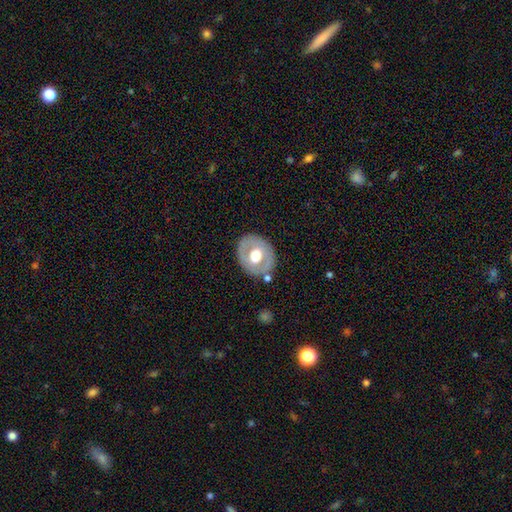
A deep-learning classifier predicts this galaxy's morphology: Smooth or featured? Predicted: featured or disk (p=0.53). Edge-on disk? Predicted: no (p=0.92). Merging? Predicted: none (p=0.79).